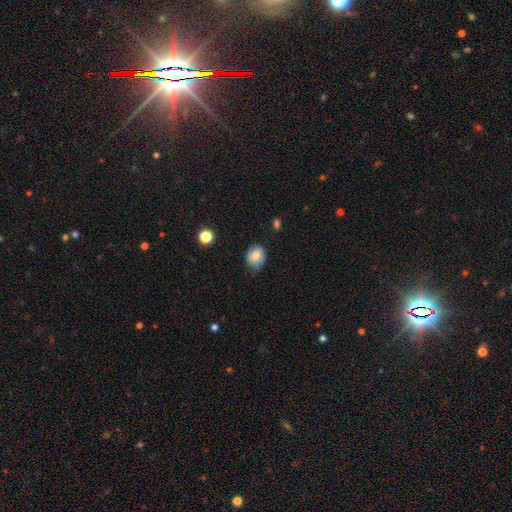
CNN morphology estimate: smooth_or_featured: smooth (p=0.74) [alt: featured or disk p=0.17]
how_rounded: round (p=0.61) [alt: in between p=0.39]
merging: none (p=0.66) [alt: minor disturbance p=0.28]